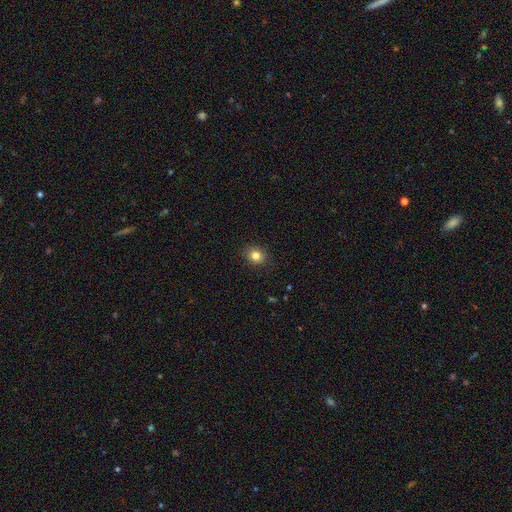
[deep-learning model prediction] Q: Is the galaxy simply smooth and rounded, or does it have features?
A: smooth — 82%.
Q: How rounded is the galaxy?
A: round — 68%.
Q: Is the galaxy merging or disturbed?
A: none — 88%.